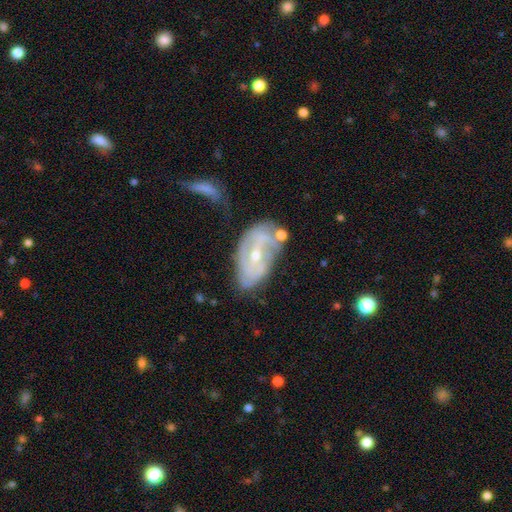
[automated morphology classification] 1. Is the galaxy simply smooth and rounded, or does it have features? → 80% featured or disk, 13% smooth, 7% star or artifact.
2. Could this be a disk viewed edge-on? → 94% no, 6% yes.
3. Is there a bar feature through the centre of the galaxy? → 41% weak, 34% no, 25% strong.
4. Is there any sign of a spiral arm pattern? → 83% yes, 17% no.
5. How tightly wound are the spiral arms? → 43% tight, 37% medium, 21% loose.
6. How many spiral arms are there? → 48% 2, 31% can't tell, 11% 3, 4% 4, 4% 1, 3% more than 4.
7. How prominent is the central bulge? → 59% small, 39% moderate, 1% large, 1% none, 1% dominant.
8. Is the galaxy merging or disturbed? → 50% none, 26% minor disturbance, 13% major disturbance, 12% merger.